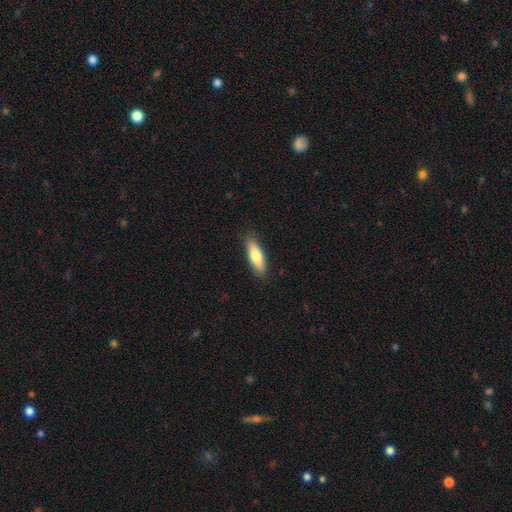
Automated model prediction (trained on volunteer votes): smooth 76%, featured or disk 18%, star or artifact 6%. Down the decision tree: how rounded — cigar-shaped (49%, tied with in between); merging — none (86%).